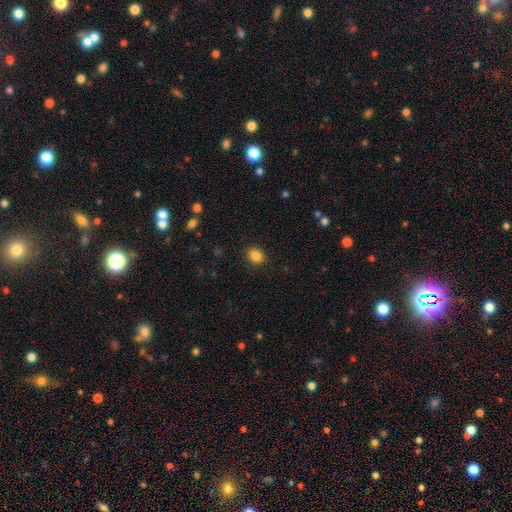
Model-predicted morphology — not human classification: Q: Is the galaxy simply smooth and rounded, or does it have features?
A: smooth — 86%.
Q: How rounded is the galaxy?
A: round — 57%.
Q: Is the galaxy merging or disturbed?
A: none — 89%.